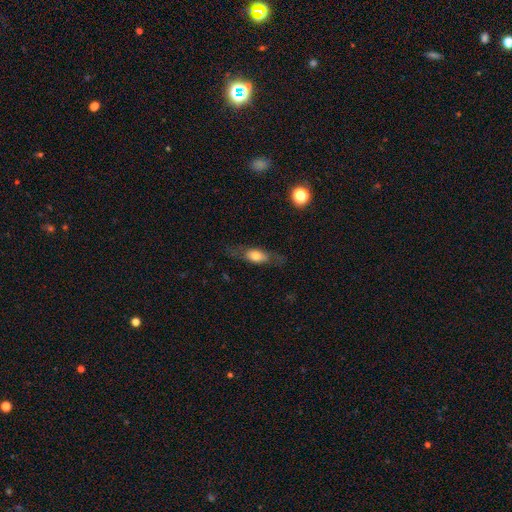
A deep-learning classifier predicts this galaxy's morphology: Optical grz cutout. It shows a smooth galaxy with no disk features (60%) that is in between round and cigar-shaped (68%). Merging: none (69%).